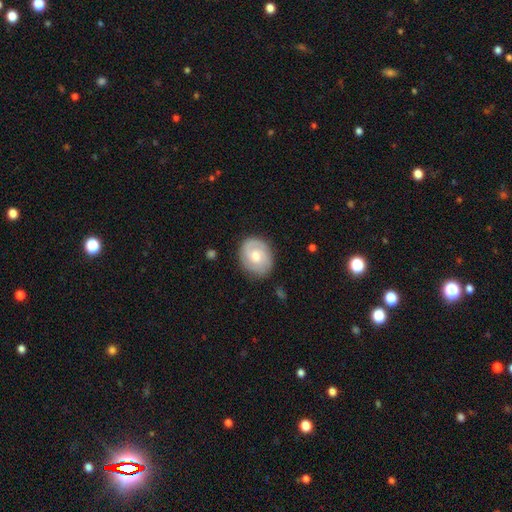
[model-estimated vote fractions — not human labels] Smooth or featured?
  - featured or disk: 61% *
  - smooth: 33%
  - star or artifact: 6%
Edge-on disk?
  - no: 97% *
  - yes: 3%
Bar?
  - no: 64% *
  - weak: 31%
  - strong: 4%
Spiral arms?
  - yes: 85% *
  - no: 15%
Spiral winding?
  - tight: 55% *
  - medium: 33%
  - loose: 12%
Spiral arm count?
  - 2: 56% *
  - can't tell: 23%
  - 3: 10%
  - 1: 7%
  - 4: 2%
  - more than 4: 2%
Bulge size?
  - moderate: 68% *
  - small: 25%
  - large: 5%
  - none: 1%
  - dominant: 1%
Merging?
  - none: 80% *
  - minor disturbance: 15%
  - major disturbance: 4%
  - merger: 1%